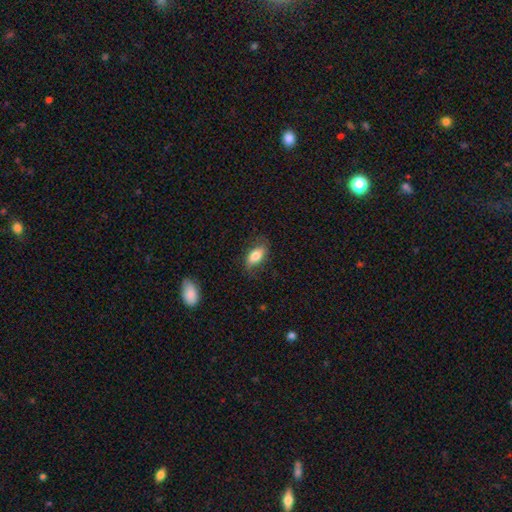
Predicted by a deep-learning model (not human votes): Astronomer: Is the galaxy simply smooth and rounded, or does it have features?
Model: smooth — 74%.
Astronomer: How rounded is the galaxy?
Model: in between — 89%.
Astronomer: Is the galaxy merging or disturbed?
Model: none — 70%.